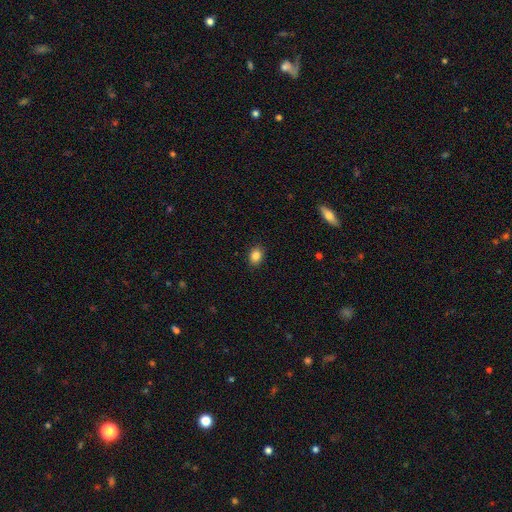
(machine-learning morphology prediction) This appears to be a smooth galaxy with no disk features (86%) that is in between round and cigar-shaped (58%). Merging: none (89%).